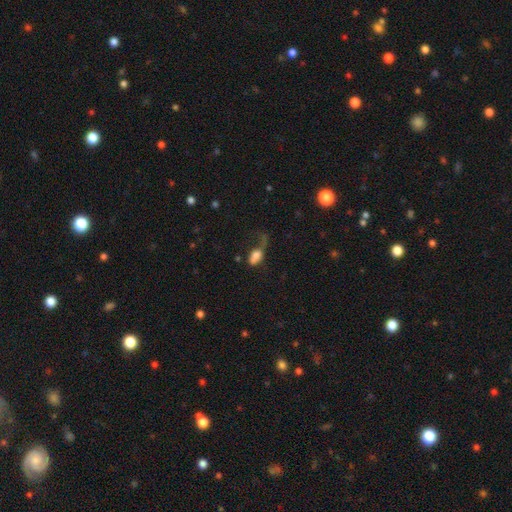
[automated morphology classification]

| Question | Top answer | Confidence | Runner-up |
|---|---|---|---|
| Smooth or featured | smooth | 65% | featured or disk (24%) |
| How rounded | in between | 81% | round (13%) |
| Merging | major disturbance | 53% | none (19%) |